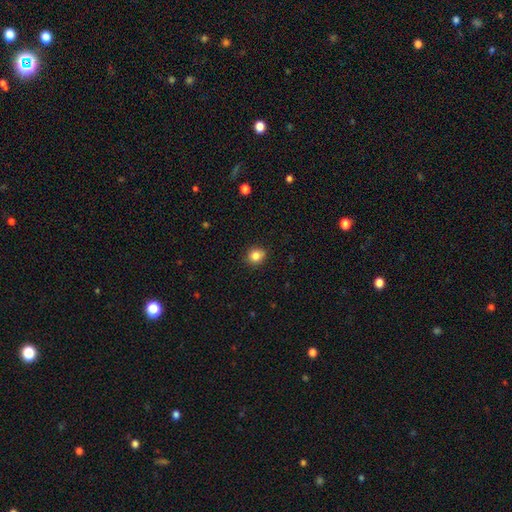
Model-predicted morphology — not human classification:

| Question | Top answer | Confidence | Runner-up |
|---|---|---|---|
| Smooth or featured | smooth | 83% | star or artifact (11%) |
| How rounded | round | 75% | in between (24%) |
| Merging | none | 87% | minor disturbance (9%) |